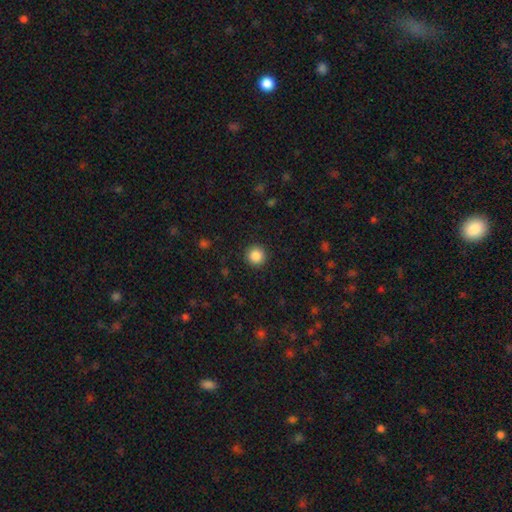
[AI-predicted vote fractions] smooth-or-featured: smooth: 87% | star or artifact: 10% | featured or disk: 3%
  how-rounded: round: 96% | in between: 4% | cigar-shaped: 1%
  merging: none: 92% | minor disturbance: 5% | major disturbance: 2% | merger: 1%